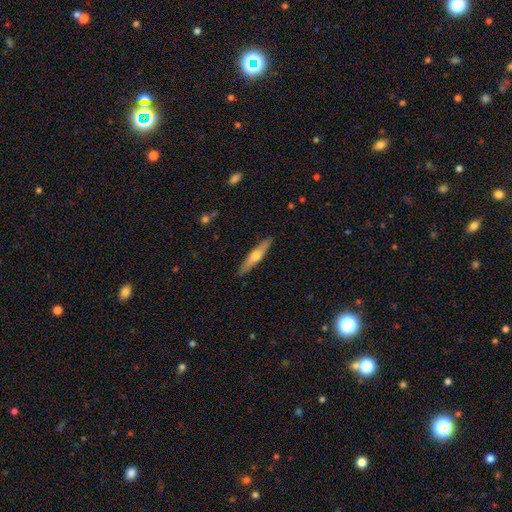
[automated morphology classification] Smooth or featured?
  - featured or disk: 48% *
  - smooth: 46%
  - star or artifact: 6%
Merging?
  - none: 89% *
  - minor disturbance: 8%
  - major disturbance: 2%
  - merger: 1%